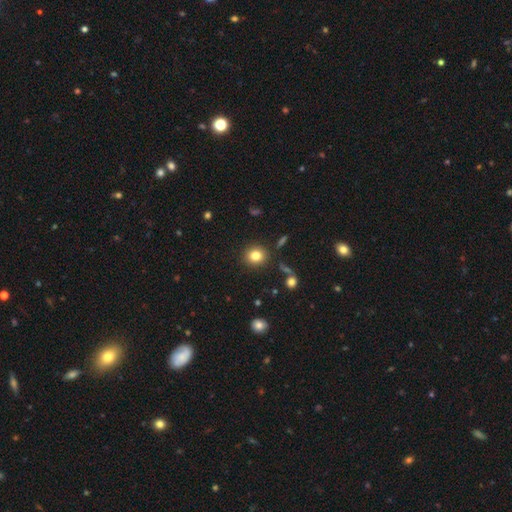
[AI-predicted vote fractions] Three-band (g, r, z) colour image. It shows a smooth galaxy with no disk features (81%) that is round (83%). Merging: none (88%).